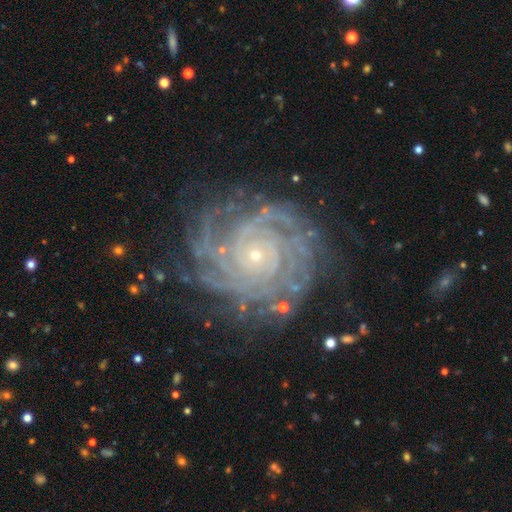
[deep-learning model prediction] smooth_or_featured: featured or disk (p=0.90) [alt: star or artifact p=0.06]
disk_edge_on: no (p=0.98) [alt: yes p=0.02]
bar: no (p=0.81) [alt: weak p=0.13]
has_spiral_arms: yes (p=0.98) [alt: no p=0.02]
spiral_winding: tight (p=0.83) [alt: medium p=0.15]
spiral_arm_count: more than 4 (p=0.29) [alt: 4 p=0.23]
bulge_size: small (p=0.87) [alt: moderate p=0.09]
merging: none (p=0.76) [alt: minor disturbance p=0.16]